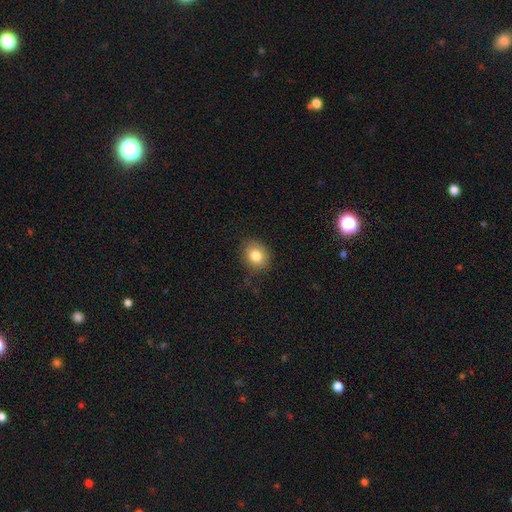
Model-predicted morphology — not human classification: smooth_or_featured: smooth (p=0.81) [alt: star or artifact p=0.10]
how_rounded: round (p=0.69) [alt: in between p=0.30]
merging: none (p=0.82) [alt: minor disturbance p=0.14]